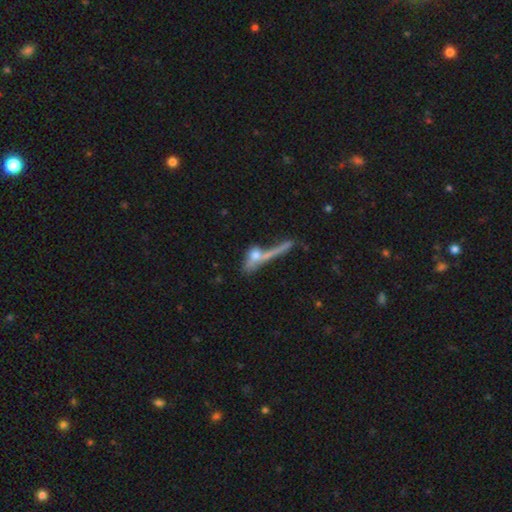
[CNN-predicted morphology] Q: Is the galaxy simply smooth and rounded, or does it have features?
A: smooth — 55%.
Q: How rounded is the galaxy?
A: in between — 39%.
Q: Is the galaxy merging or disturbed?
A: merger — 39%.